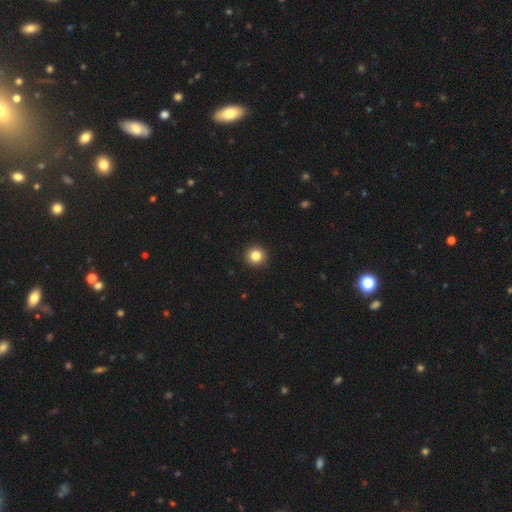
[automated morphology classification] Smooth or featured?
  - smooth: 83% *
  - star or artifact: 11%
  - featured or disk: 6%
How rounded?
  - round: 94% *
  - in between: 5%
  - cigar-shaped: 1%
Merging?
  - none: 93% *
  - minor disturbance: 4%
  - major disturbance: 2%
  - merger: 1%